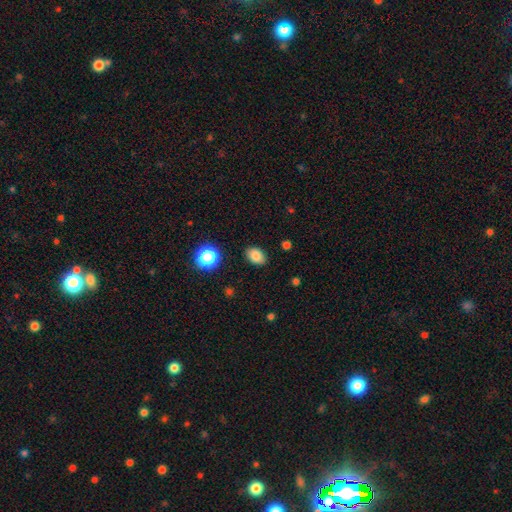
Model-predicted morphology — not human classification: type=smooth (84%); roundness=in between (76%); merging=none (87%).